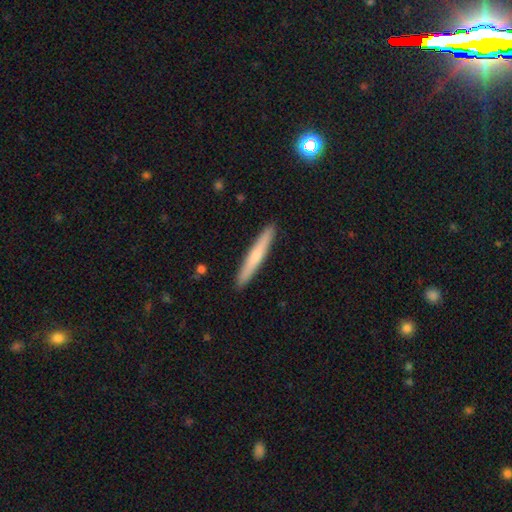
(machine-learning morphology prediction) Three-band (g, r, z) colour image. It shows a smooth galaxy with no disk features (62%) that is cigar-shaped (96%). Merging: none (92%).